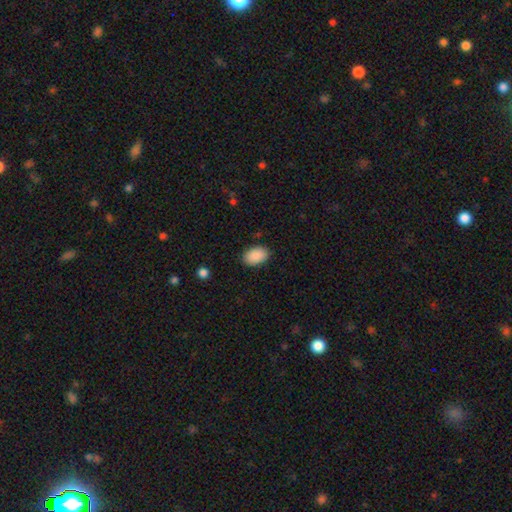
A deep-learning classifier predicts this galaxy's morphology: Q: Smooth or featured?
A: smooth (90%); runner-up: star or artifact (6%)
Q: How rounded?
A: in between (92%); runner-up: round (7%)
Q: Merging?
A: none (88%); runner-up: minor disturbance (9%)